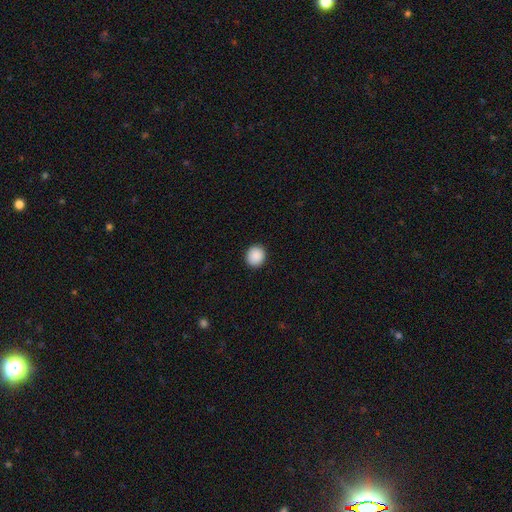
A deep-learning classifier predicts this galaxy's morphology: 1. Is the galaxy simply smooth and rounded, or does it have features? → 90% smooth, 8% star or artifact, 2% featured or disk.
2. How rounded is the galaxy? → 86% round, 13% in between, 1% cigar-shaped.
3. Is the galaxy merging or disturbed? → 92% none, 5% minor disturbance, 2% major disturbance, 1% merger.